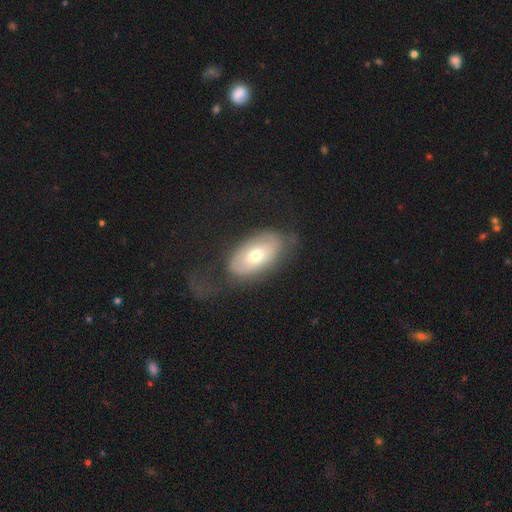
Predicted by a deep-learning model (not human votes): Smooth or featured? Predicted: smooth (p=0.51). How rounded? Predicted: in between (p=0.92). Merging? Predicted: none (p=0.50).